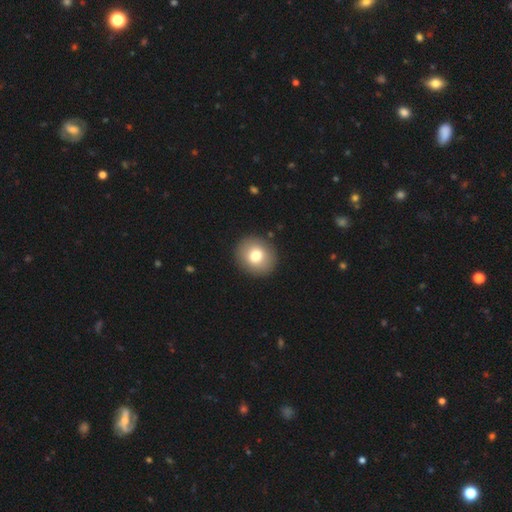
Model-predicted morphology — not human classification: A smooth galaxy with no disk features (77%) that is round (81%). Merging: none (91%).